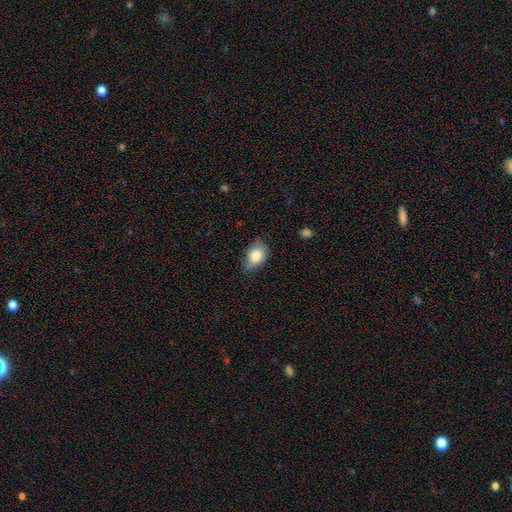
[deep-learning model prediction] Smooth or featured?
  - smooth: 81% *
  - featured or disk: 12%
  - star or artifact: 8%
How rounded?
  - in between: 79% *
  - round: 19%
  - cigar-shaped: 1%
Merging?
  - none: 62% *
  - minor disturbance: 31%
  - major disturbance: 5%
  - merger: 1%